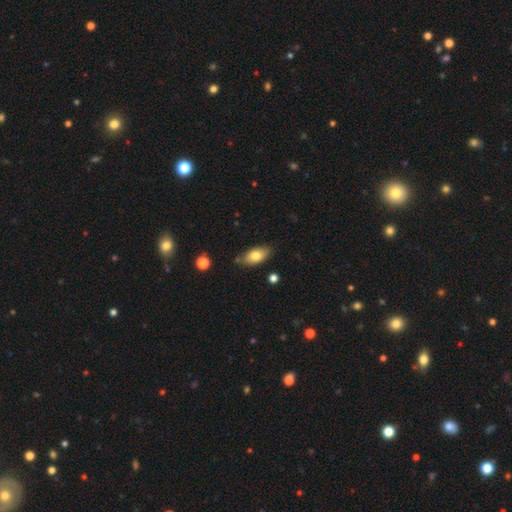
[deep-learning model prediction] Morphology: type=smooth (78%); roundness=in between (90%); merging=none (76%).